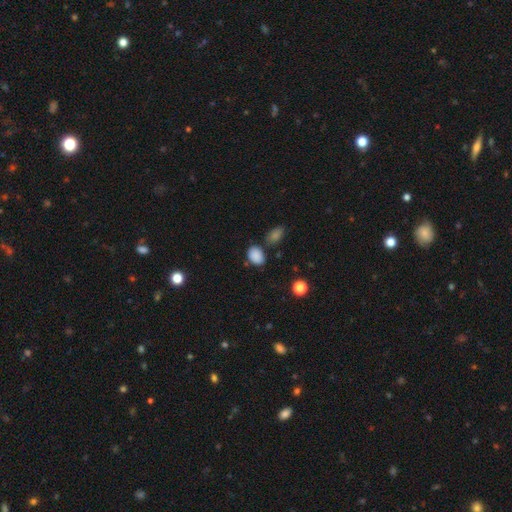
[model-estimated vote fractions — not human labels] smooth_or_featured: smooth (p=0.86) [alt: star or artifact p=0.10]
how_rounded: in between (p=0.77) [alt: round p=0.21]
merging: none (p=0.70) [alt: minor disturbance p=0.17]